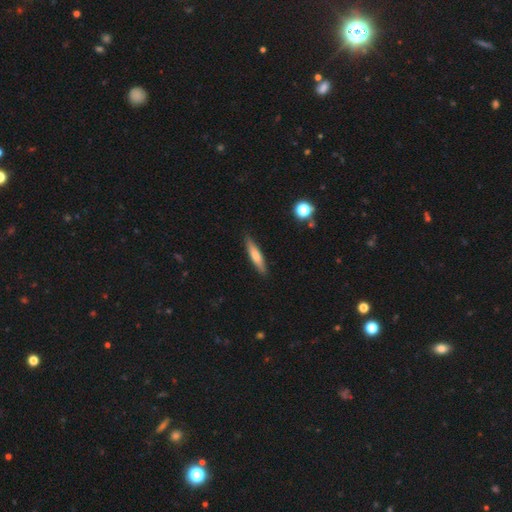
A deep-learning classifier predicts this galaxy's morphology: The model was most divided on "smooth or featured": smooth: 65%, featured or disk: 28%, star or artifact: 6%. More confident: merging — none (87%); how rounded — cigar-shaped (82%).